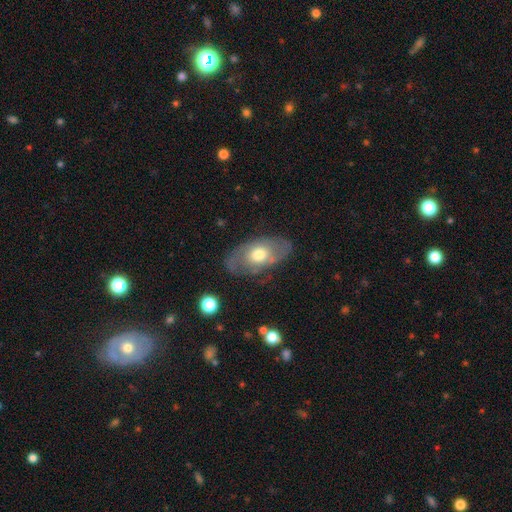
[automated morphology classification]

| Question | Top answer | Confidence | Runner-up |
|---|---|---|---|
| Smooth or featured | featured or disk | 61% | smooth (26%) |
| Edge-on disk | no | 89% | yes (11%) |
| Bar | no | 80% | weak (15%) |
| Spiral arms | yes | 61% | no (39%) |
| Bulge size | moderate | 71% | large (14%) |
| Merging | none | 81% | minor disturbance (13%) |